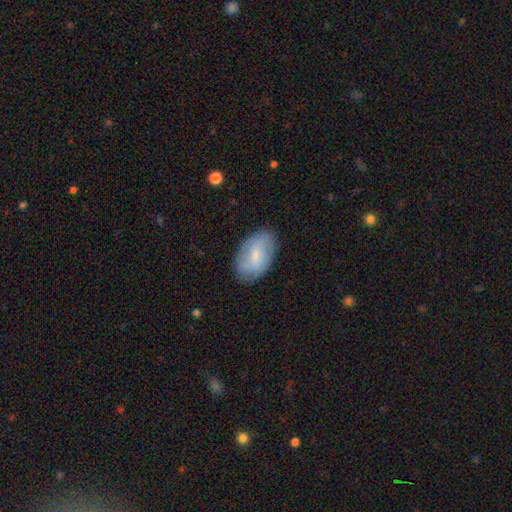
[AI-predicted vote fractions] A smooth galaxy with no disk features (64%) that is in between round and cigar-shaped (91%). Merging: none (81%).